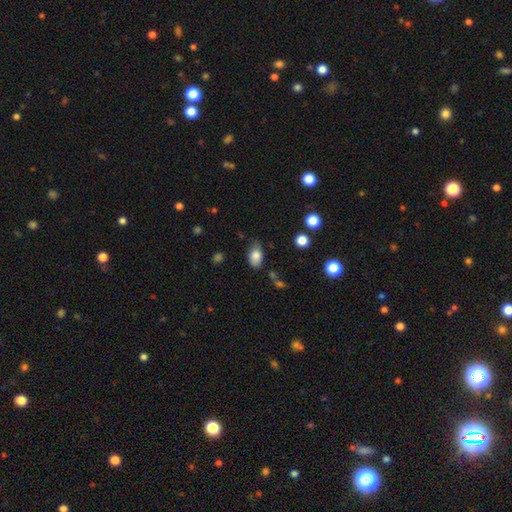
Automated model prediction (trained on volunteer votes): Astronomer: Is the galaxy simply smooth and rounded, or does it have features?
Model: smooth — 81%.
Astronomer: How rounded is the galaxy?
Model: in between — 89%.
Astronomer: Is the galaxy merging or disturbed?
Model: none — 65%.